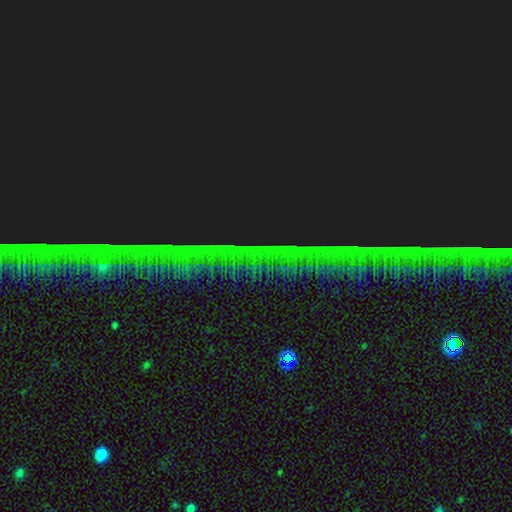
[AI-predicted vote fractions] A star or artifact, not a galaxy (87%).

Vote fractions:
- Smooth or featured? star or artifact: 87% / featured or disk: 7% / smooth: 6%